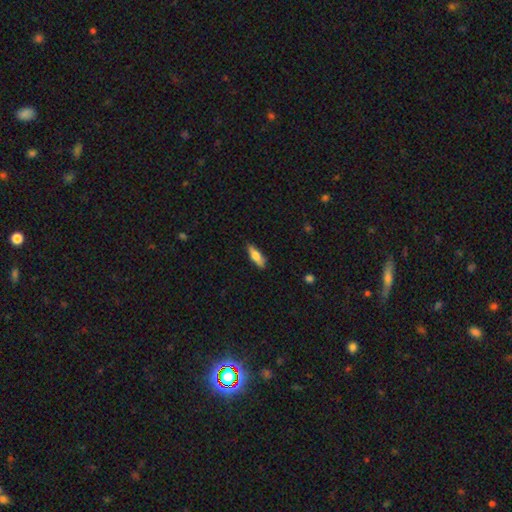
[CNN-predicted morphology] A smooth galaxy with no disk features (68%) that is in between round and cigar-shaped (51%). Merging: none (82%).